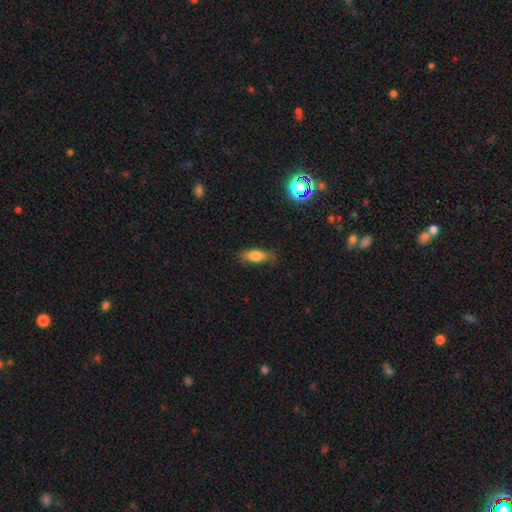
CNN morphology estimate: Smooth or featured?
  - smooth: 74% *
  - featured or disk: 18%
  - star or artifact: 9%
How rounded?
  - in between: 68% *
  - cigar-shaped: 29%
  - round: 3%
Merging?
  - none: 65% *
  - minor disturbance: 26%
  - major disturbance: 7%
  - merger: 2%